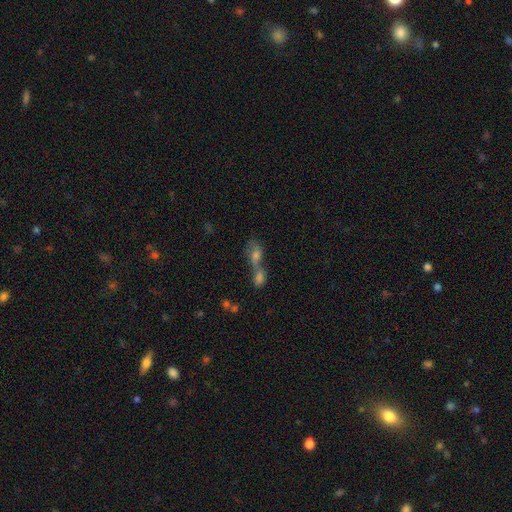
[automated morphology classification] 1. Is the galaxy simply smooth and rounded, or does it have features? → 55% smooth, 28% featured or disk, 17% star or artifact.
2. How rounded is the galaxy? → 66% in between, 22% round, 12% cigar-shaped.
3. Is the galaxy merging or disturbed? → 72% merger, 18% none, 6% minor disturbance, 5% major disturbance.